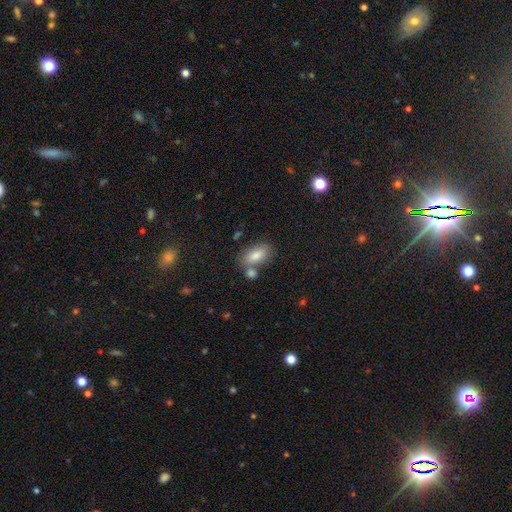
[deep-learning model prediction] smooth 82%, featured or disk 9%, star or artifact 9%. Down the decision tree: how rounded — in between (89%); merging — none (65%).